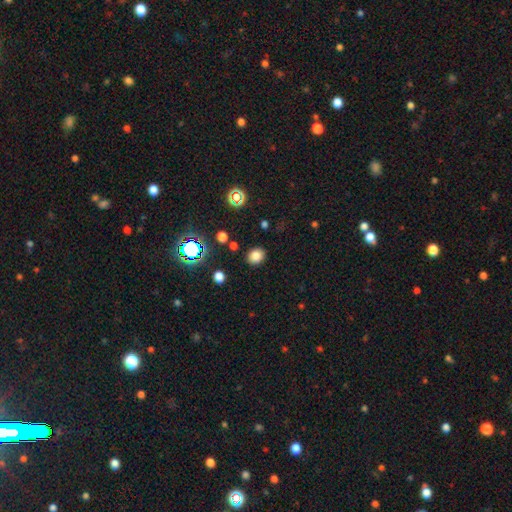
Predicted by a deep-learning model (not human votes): Overall: smooth (79%). How rounded: round (63%; in between 36%). Merging: none (85%).